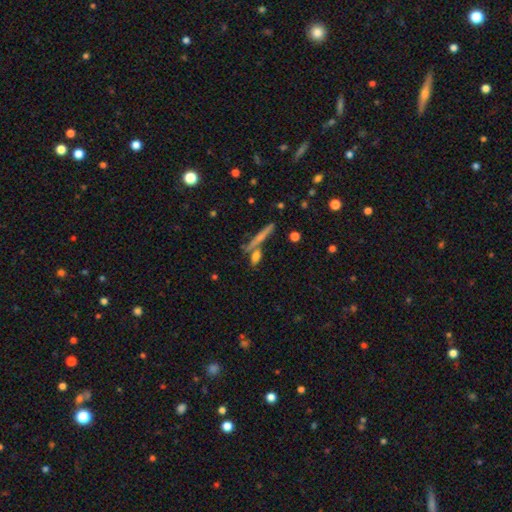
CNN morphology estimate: smooth_or_featured: smooth (p=0.63) [alt: featured or disk p=0.26]
how_rounded: cigar-shaped (p=0.59) [alt: in between p=0.32]
merging: none (p=0.61) [alt: merger p=0.24]